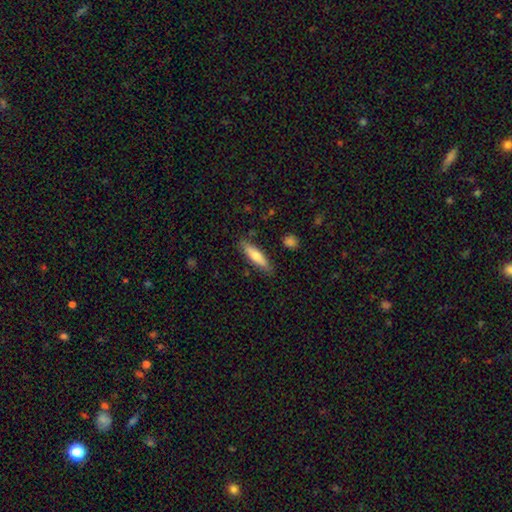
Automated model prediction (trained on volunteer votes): Smooth or featured: smooth — 70% (featured or disk — 24%)
How rounded: cigar-shaped — 71% (in between — 27%)
Merging: none — 84% (minor disturbance — 11%)